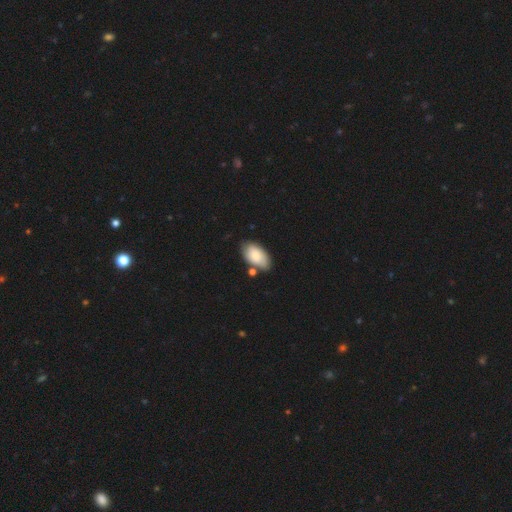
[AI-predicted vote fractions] Smooth or featured: smooth — 78% (featured or disk — 16%)
How rounded: in between — 95% (round — 4%)
Merging: none — 67% (minor disturbance — 19%)